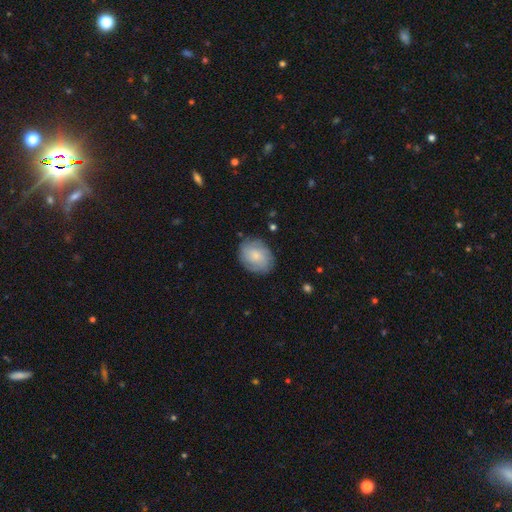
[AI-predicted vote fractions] Smooth or featured? smooth (58%)
How rounded? in between (58%)
Merging? none (79%)